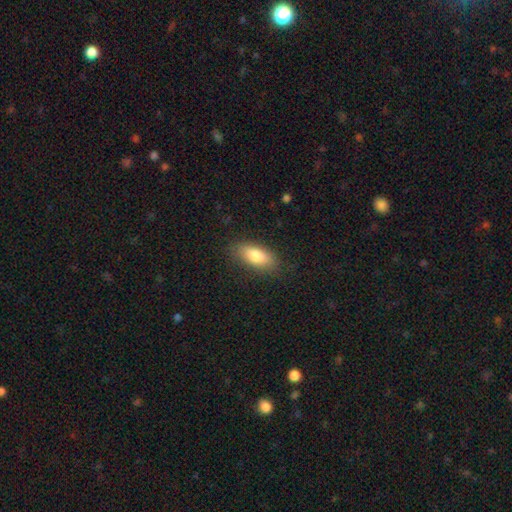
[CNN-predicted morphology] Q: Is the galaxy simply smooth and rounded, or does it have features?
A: smooth — 80%.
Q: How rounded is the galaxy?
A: in between — 83%.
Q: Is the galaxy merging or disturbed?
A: none — 83%.